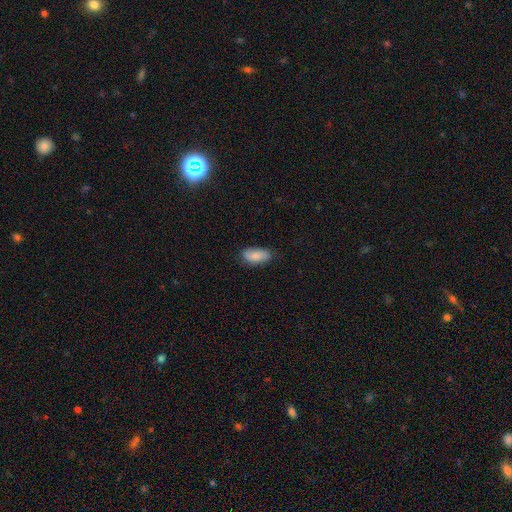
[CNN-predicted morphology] The model was most divided on "merging": none: 76%, minor disturbance: 19%, major disturbance: 3%, merger: 1%. More confident: how rounded — in between (90%); smooth or featured — smooth (78%).